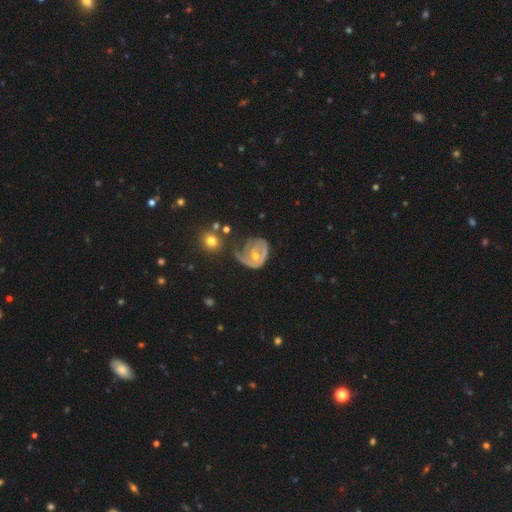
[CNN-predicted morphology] Q: Smooth or featured?
A: featured or disk (72%); runner-up: smooth (22%)
Q: Edge-on disk?
A: no (97%); runner-up: yes (3%)
Q: Bar?
A: no (64%); runner-up: weak (29%)
Q: Spiral arms?
A: yes (72%); runner-up: no (28%)
Q: Spiral winding?
A: tight (46%); runner-up: medium (33%)
Q: Spiral arm count?
A: 1 (55%); runner-up: 2 (20%)
Q: Bulge size?
A: small (53%); runner-up: moderate (42%)
Q: Merging?
A: major disturbance (39%); runner-up: none (29%)